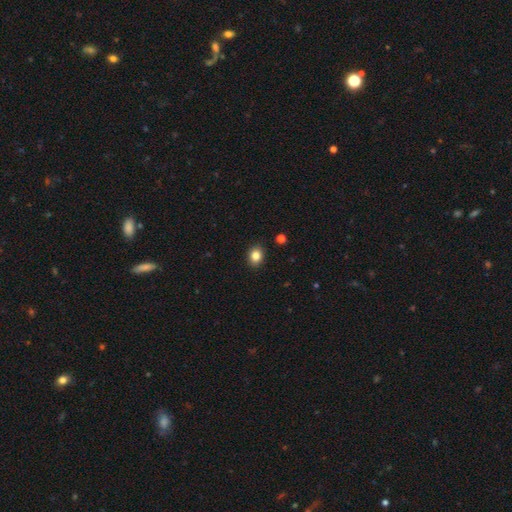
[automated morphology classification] Q: Smooth or featured?
A: smooth (84%); runner-up: star or artifact (10%)
Q: How rounded?
A: round (52%); runner-up: in between (47%)
Q: Merging?
A: none (90%); runner-up: minor disturbance (7%)